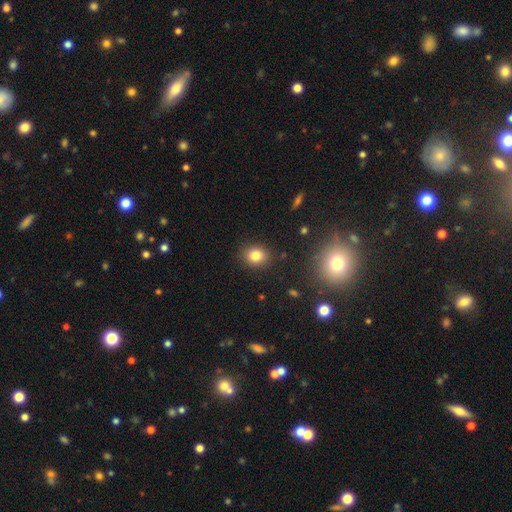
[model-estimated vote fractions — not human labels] Morphology: type=smooth (82%); roundness=round (67%); merging=none (88%).